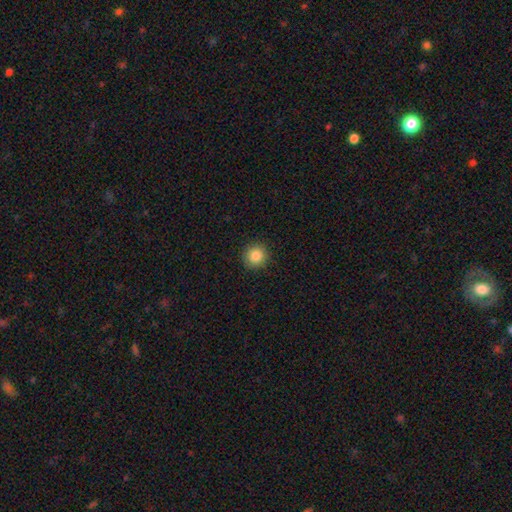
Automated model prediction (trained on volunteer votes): Overall: smooth (84%). How rounded: round (94%). Merging: none (92%).